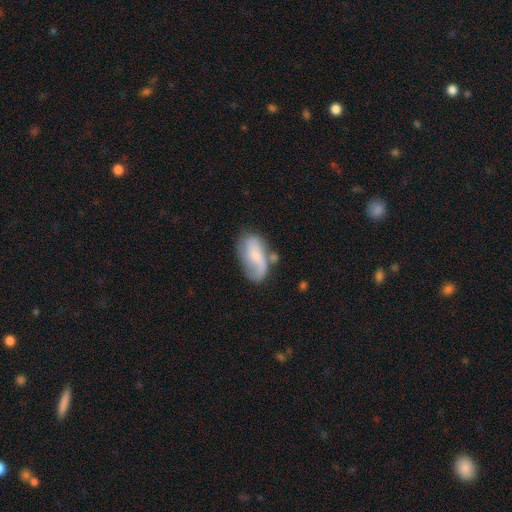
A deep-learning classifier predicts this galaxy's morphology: A featured or disk galaxy (58%) with no bar (55%), spiral arms (82%) and a small central bulge (54%). Merging: none (44%).